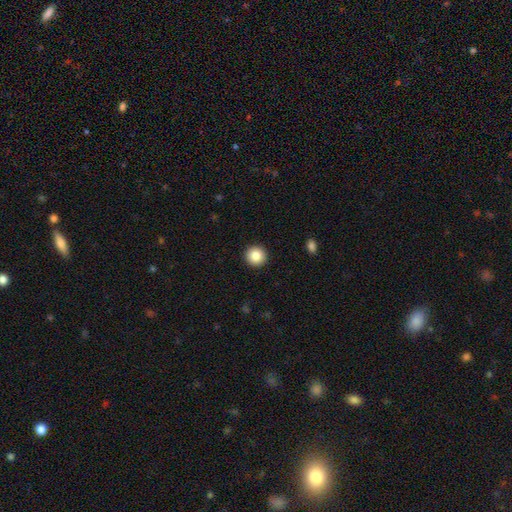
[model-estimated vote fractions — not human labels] A smooth galaxy with no disk features (85%) that is round (95%).

Vote fractions:
- Smooth or featured? smooth: 85% / star or artifact: 9% / featured or disk: 6%
- How rounded? round: 95% / in between: 4% / cigar-shaped: 1%
- Merging? none: 93% / minor disturbance: 5% / major disturbance: 2% / merger: 1%